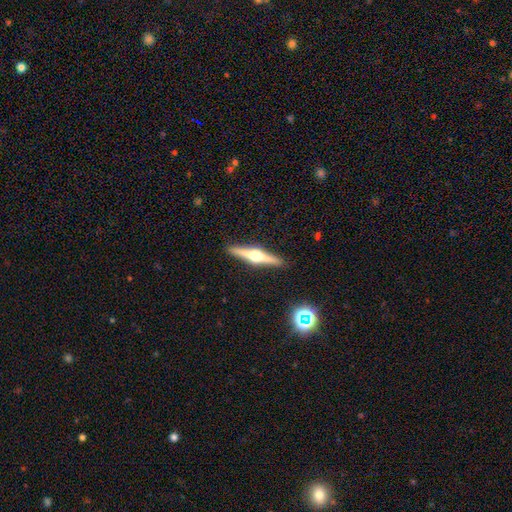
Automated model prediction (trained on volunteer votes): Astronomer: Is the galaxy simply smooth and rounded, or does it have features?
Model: featured or disk — 77%.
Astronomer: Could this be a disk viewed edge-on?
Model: yes — 98%.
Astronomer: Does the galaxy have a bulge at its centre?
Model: rounded — 96%.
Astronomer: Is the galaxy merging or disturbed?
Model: none — 92%.